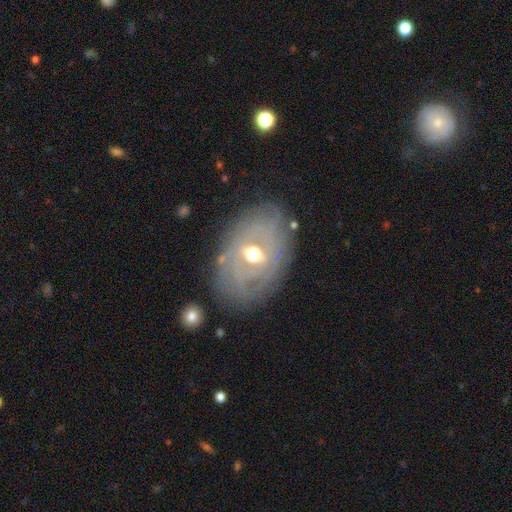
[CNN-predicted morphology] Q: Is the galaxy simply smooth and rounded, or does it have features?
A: featured or disk — 79%.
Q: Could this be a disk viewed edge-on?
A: no — 95%.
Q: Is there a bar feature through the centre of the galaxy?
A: weak — 47%.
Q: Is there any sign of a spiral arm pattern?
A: yes — 72%.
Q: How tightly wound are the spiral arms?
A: tight — 72%.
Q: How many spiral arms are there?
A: can't tell — 56%.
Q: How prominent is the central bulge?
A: moderate — 75%.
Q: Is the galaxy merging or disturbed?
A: none — 75%.